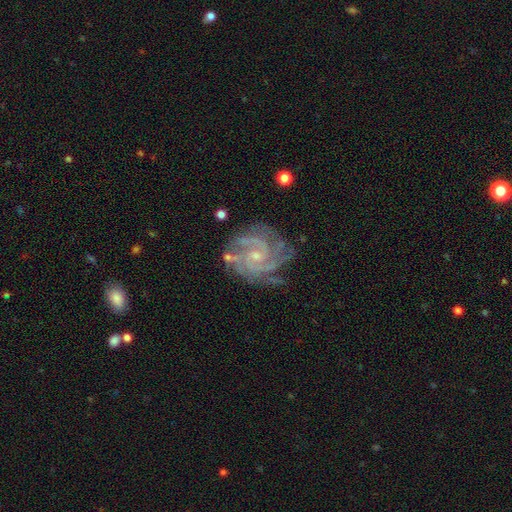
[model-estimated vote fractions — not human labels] This is clearly a featured or disk galaxy (91%). It is clearly not viewed edge-on (98%). Bar: possibly no (58%). Spiral arm pattern: clearly yes (98%). Spiral arm count: marginally 3 (33%). Spiral winding: likely tight (67%). Central bulge: likely small (71%). Merging: likely none (73%).